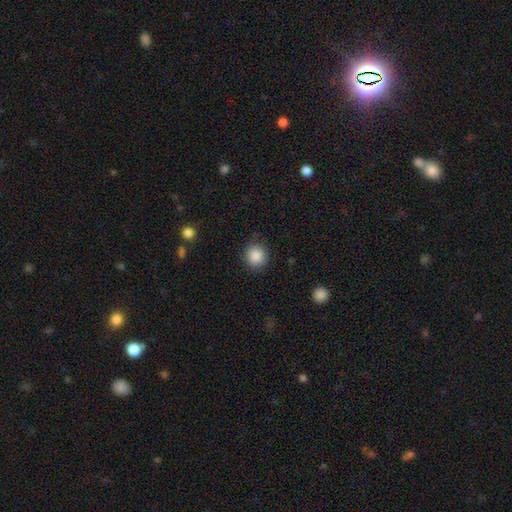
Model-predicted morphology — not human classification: smooth_or_featured: smooth (p=0.88) [alt: star or artifact p=0.09]
how_rounded: round (p=0.90) [alt: in between p=0.09]
merging: none (p=0.89) [alt: minor disturbance p=0.08]